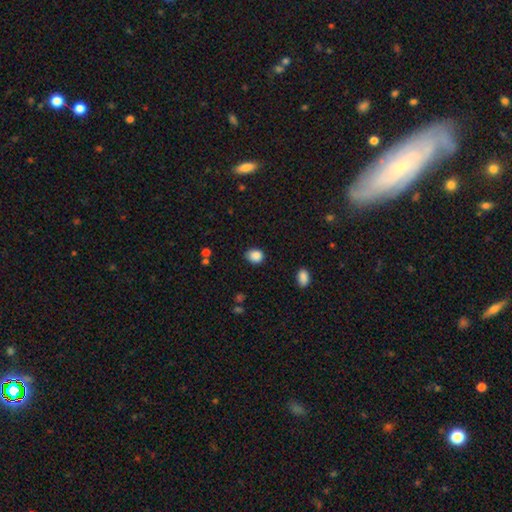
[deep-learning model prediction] smooth_or_featured: smooth (p=0.87) [alt: star or artifact p=0.10]
how_rounded: round (p=0.60) [alt: in between p=0.40]
merging: none (p=0.75) [alt: minor disturbance p=0.20]